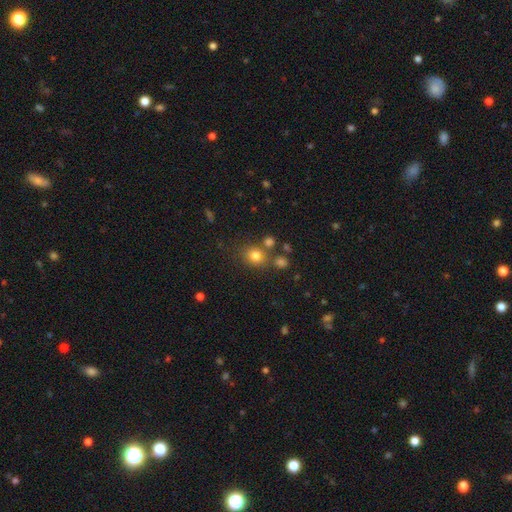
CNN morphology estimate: smooth-or-featured: smooth: 77% | star or artifact: 15% | featured or disk: 8%
  how-rounded: round: 76% | in between: 23% | cigar-shaped: 1%
  merging: none: 69% | merger: 14% | minor disturbance: 12% | major disturbance: 5%